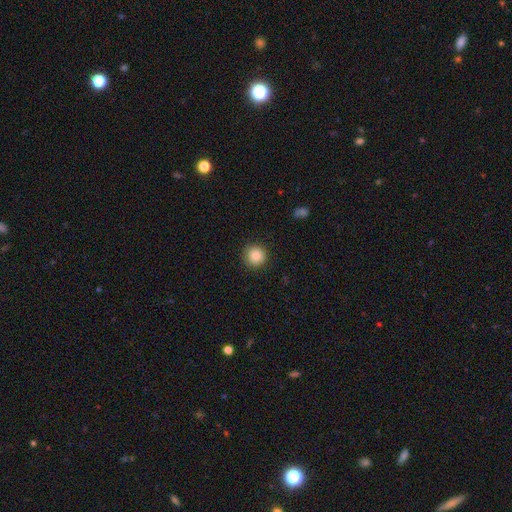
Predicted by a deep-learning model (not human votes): A smooth galaxy with no disk features (86%) that is round (94%). Merging: none (90%).